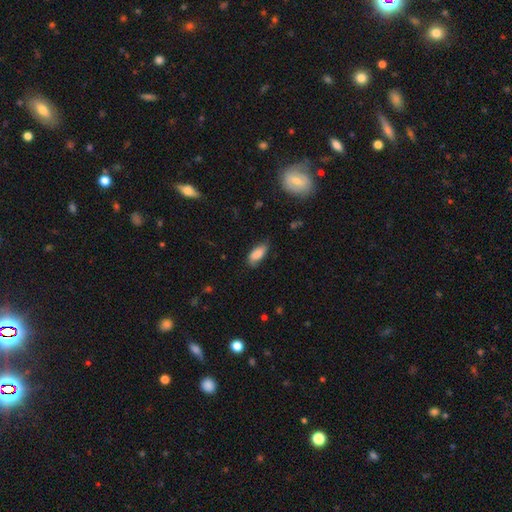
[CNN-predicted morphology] The model was most divided on "merging": none: 69%, minor disturbance: 25%, major disturbance: 5%, merger: 1%. More confident: smooth or featured — smooth (83%); how rounded — in between (83%).